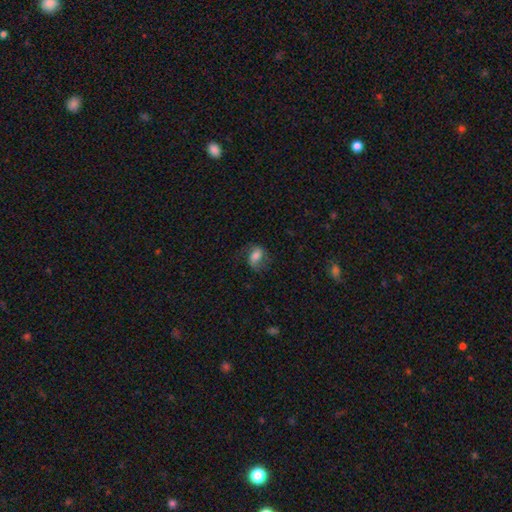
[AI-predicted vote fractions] Smooth or featured? smooth (58%)
How rounded? in between (75%)
Merging? none (57%)